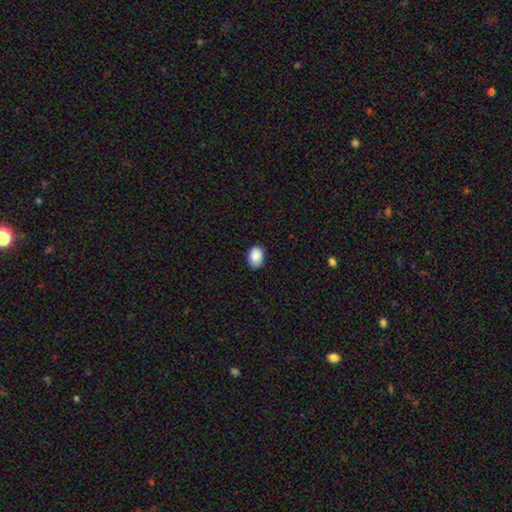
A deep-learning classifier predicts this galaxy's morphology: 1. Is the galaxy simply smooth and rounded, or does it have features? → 89% smooth, 8% star or artifact, 3% featured or disk.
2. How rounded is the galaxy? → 74% in between, 26% round, 1% cigar-shaped.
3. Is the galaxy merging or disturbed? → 82% none, 15% minor disturbance, 2% major disturbance, 1% merger.